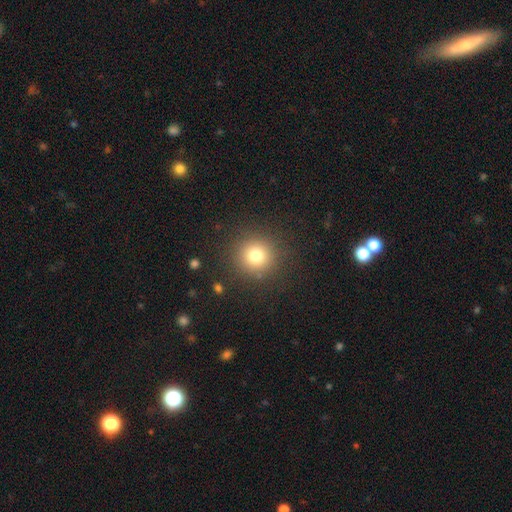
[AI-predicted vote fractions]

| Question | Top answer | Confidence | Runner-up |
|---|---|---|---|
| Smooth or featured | smooth | 77% | star or artifact (14%) |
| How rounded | round | 93% | in between (6%) |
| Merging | none | 88% | minor disturbance (7%) |